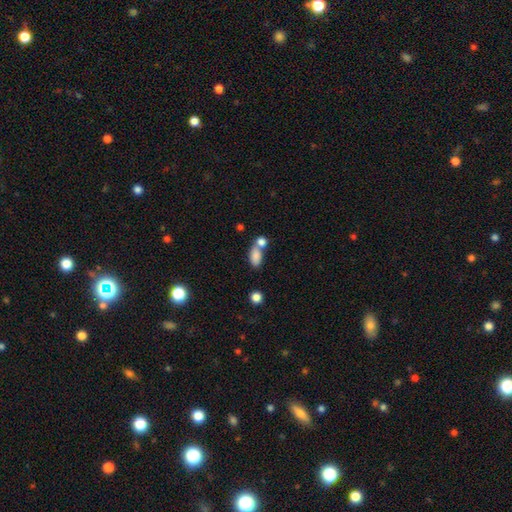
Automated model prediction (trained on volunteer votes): Smooth or featured? smooth (82%)
How rounded? in between (88%)
Merging? merger (43%)